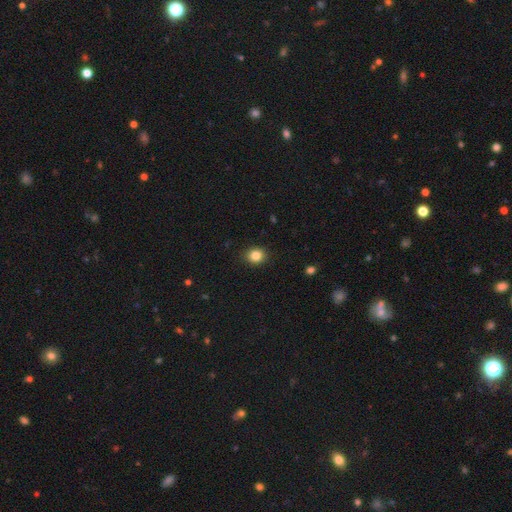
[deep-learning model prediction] This is clearly a smooth galaxy (85%). How rounded: likely round (74%). Merging: clearly none (91%).